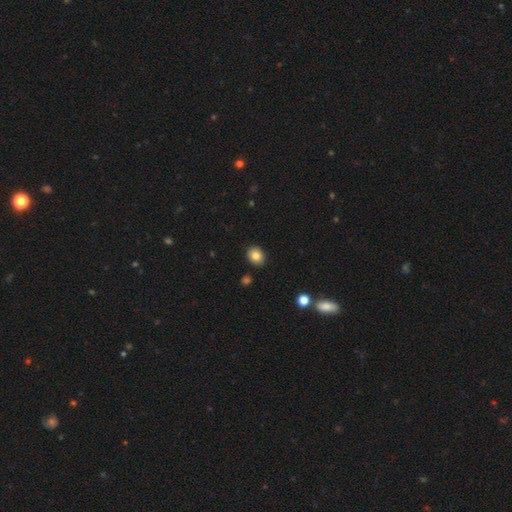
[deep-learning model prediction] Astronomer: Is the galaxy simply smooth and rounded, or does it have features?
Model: smooth — 83%.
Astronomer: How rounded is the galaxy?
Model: round — 53% (runner-up: in between, 46%).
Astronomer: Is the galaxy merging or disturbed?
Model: none — 89%.